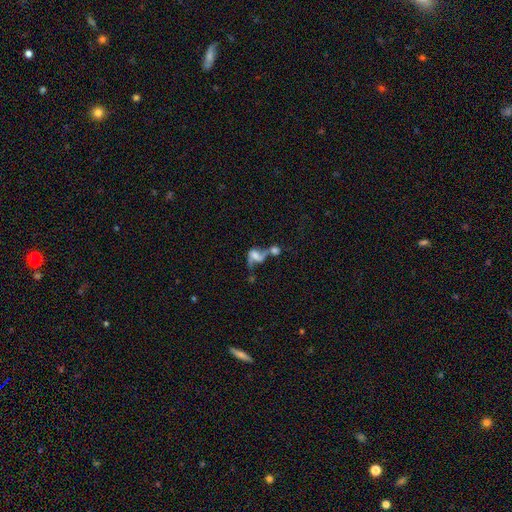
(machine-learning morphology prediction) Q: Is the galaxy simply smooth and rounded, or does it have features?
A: featured or disk — 54%.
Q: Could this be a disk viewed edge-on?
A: no — 95%.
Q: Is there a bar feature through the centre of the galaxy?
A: no — 55%.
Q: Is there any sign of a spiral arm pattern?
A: yes — 71%.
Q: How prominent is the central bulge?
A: none — 30%.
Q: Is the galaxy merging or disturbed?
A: merger — 59%.